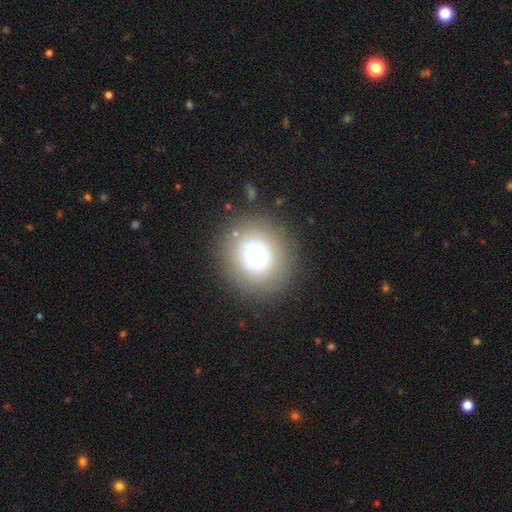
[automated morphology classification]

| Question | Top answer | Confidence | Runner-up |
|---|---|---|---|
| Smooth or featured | smooth | 73% | featured or disk (15%) |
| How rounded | round | 88% | in between (11%) |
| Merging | none | 79% | minor disturbance (11%) |